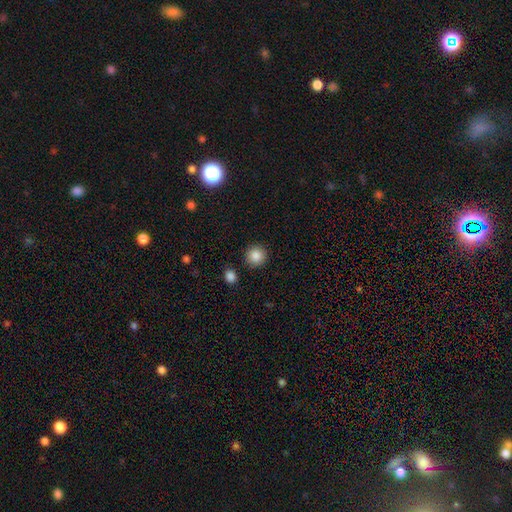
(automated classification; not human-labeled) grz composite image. It shows a smooth galaxy with no disk features (87%) that is round (94%). Merging: none (90%).